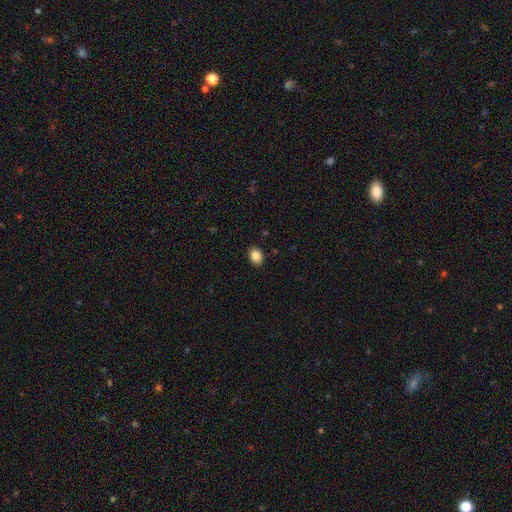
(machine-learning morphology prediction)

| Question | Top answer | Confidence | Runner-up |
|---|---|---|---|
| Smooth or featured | smooth | 86% | star or artifact (9%) |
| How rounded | in between | 61% | round (38%) |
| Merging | none | 90% | minor disturbance (7%) |